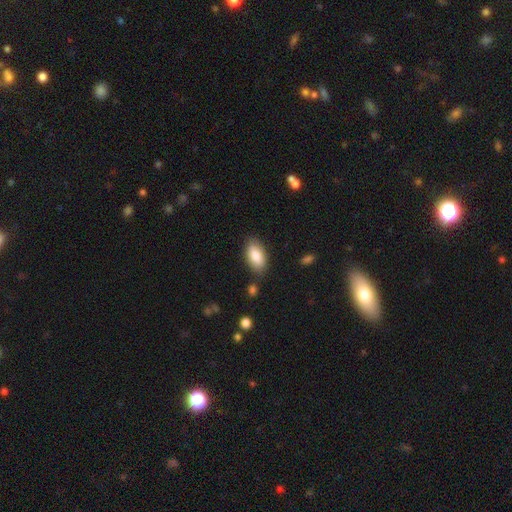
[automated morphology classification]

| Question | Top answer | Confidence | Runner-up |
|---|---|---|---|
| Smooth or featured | smooth | 84% | featured or disk (9%) |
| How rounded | in between | 93% | cigar-shaped (5%) |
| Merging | none | 81% | minor disturbance (13%) |